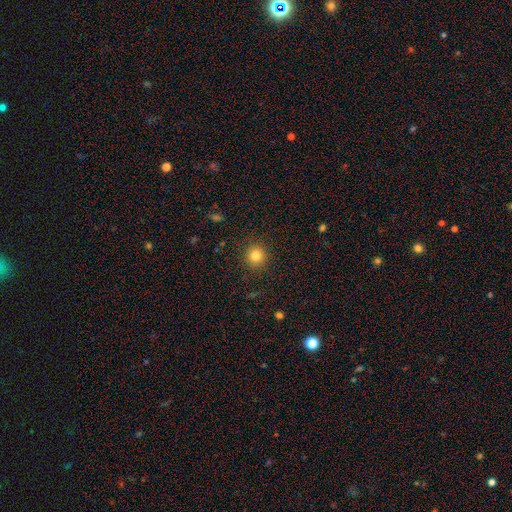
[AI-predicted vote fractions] This is clearly a smooth galaxy (82%). How rounded: clearly round (93%). Merging: clearly none (91%).